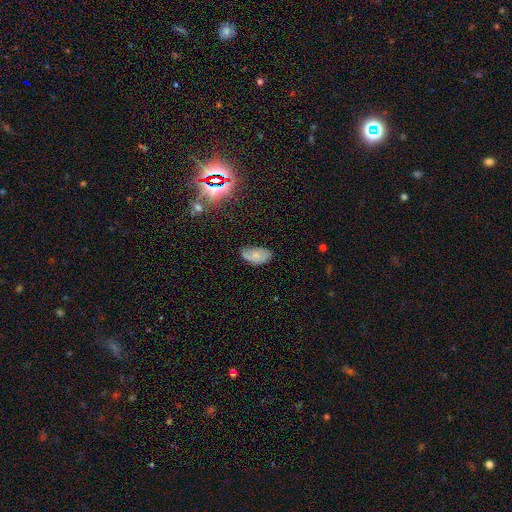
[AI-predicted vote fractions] smooth 56%, featured or disk 33%, star or artifact 11%. Down the decision tree: how rounded — in between (94%); merging — none (61%).